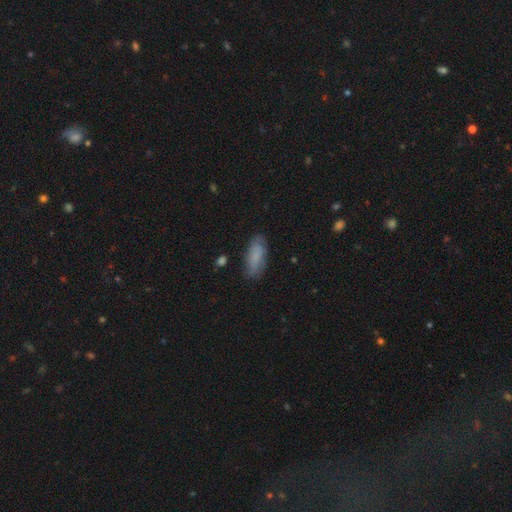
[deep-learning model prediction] Smooth or featured: smooth — 77% (featured or disk — 16%)
How rounded: in between — 77% (cigar-shaped — 21%)
Merging: none — 76% (minor disturbance — 18%)